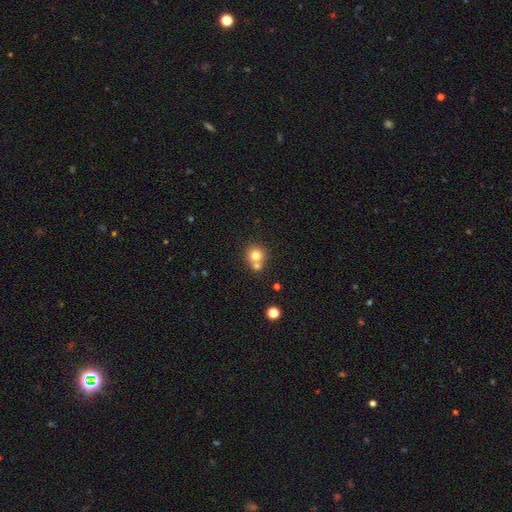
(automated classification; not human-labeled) The model was most divided on "merging": none: 46%, merger: 45%, minor disturbance: 6%, major disturbance: 2%. More confident: how rounded — round (88%); smooth or featured — smooth (76%).